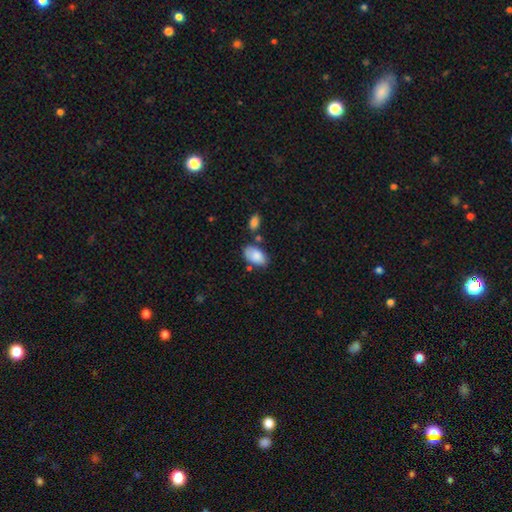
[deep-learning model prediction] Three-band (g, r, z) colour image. It shows a smooth galaxy with no disk features (85%) that is in between round and cigar-shaped (94%). Merging: none (64%).